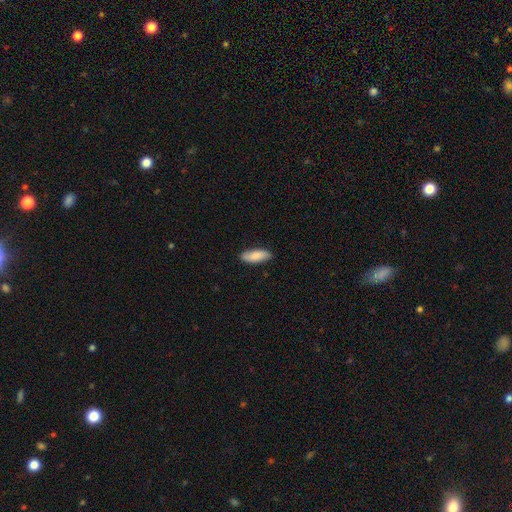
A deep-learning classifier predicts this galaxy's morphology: Q: Smooth or featured?
A: smooth (83%); runner-up: featured or disk (12%)
Q: How rounded?
A: in between (66%); runner-up: cigar-shaped (32%)
Q: Merging?
A: none (86%); runner-up: minor disturbance (11%)